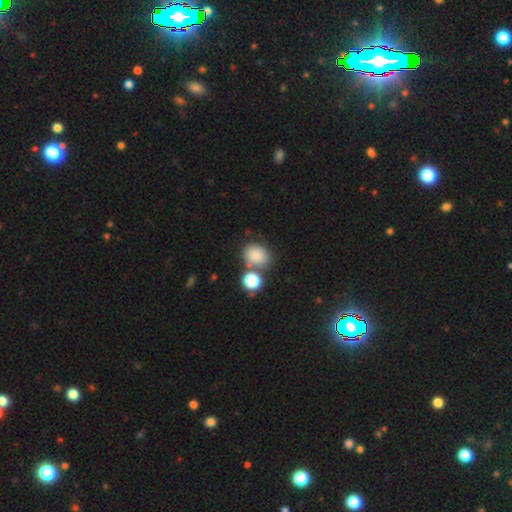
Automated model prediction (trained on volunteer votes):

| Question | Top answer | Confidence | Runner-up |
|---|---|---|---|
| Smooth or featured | smooth | 82% | star or artifact (11%) |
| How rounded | in between | 60% | round (39%) |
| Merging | none | 61% | merger (21%) |